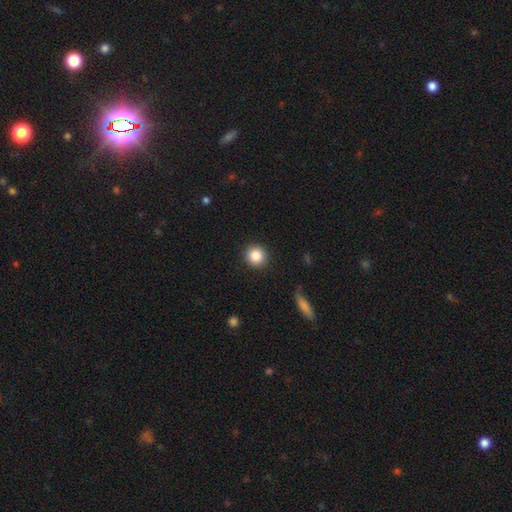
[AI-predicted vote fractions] A smooth galaxy with no disk features (86%) that is round (93%). Merging: none (91%).